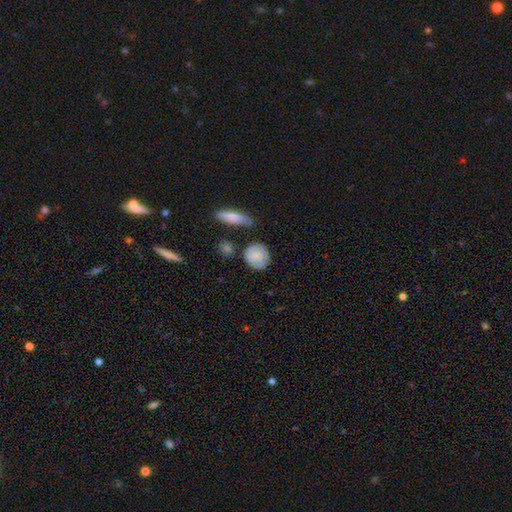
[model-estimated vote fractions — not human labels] This appears to be a smooth galaxy with no disk features (77%) that is round (77%). Merging: none (70%).